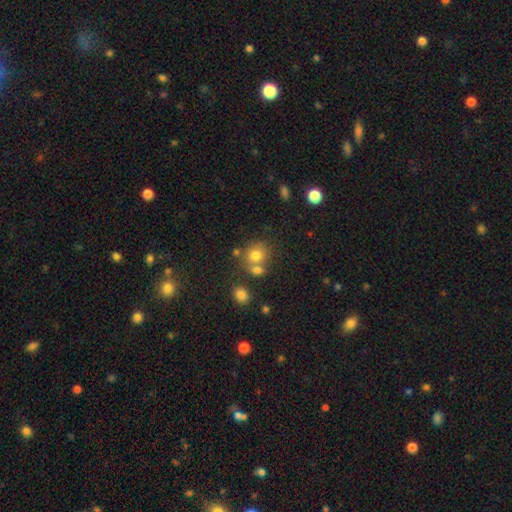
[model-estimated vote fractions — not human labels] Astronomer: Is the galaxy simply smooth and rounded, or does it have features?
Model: smooth — 76%.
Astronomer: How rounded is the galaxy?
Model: round — 78%.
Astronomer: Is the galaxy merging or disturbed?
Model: none — 52% (runner-up: merger, 33%).